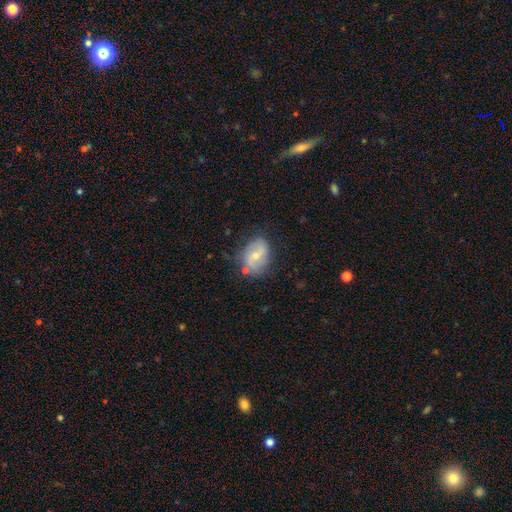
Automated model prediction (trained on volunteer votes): This appears to be a featured or disk galaxy (55%) with a weak bar (49%), spiral arms (81%) and a small central bulge (48%). Merging: none (69%).